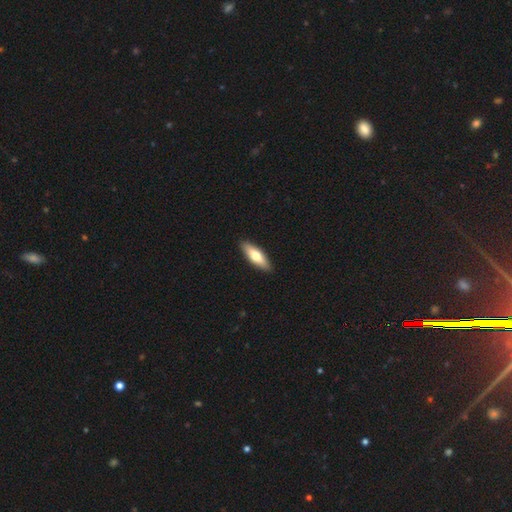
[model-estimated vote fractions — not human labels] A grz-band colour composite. It shows a smooth galaxy with no disk features (67%) that is in between round and cigar-shaped (54%). Merging: none (91%).